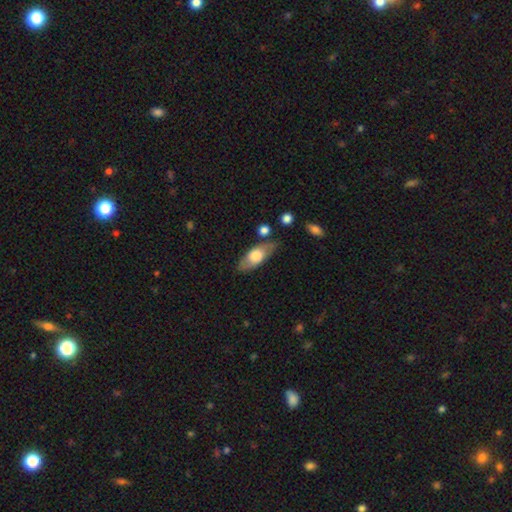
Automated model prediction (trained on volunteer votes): Smooth or featured? smooth (61%)
How rounded? in between (79%)
Merging? none (72%)